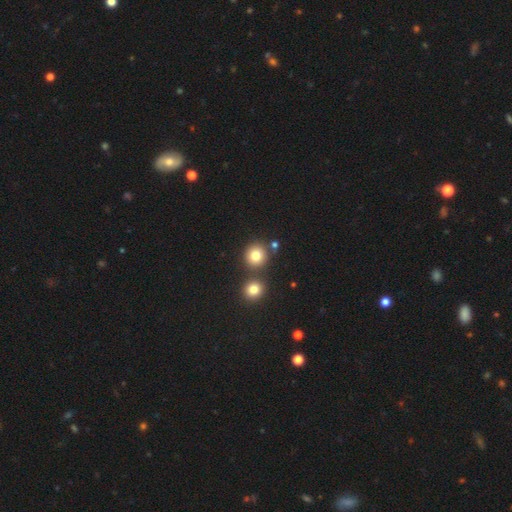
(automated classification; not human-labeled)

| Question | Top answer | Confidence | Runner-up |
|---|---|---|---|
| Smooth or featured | smooth | 81% | star or artifact (13%) |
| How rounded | round | 90% | in between (9%) |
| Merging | none | 76% | merger (15%) |